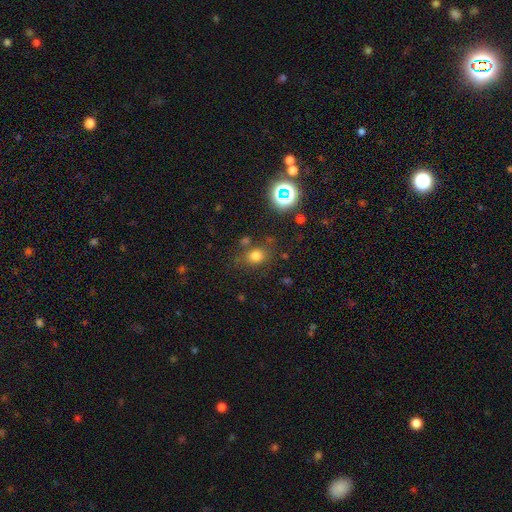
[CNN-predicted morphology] Smooth or featured? smooth (73%)
How rounded? round (59%)
Merging? none (71%)